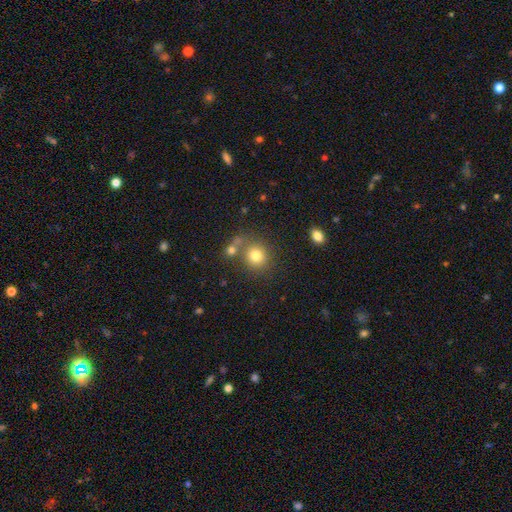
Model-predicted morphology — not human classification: smooth_or_featured: smooth (p=0.78) [alt: star or artifact p=0.13]
how_rounded: round (p=0.86) [alt: in between p=0.13]
merging: none (p=0.66) [alt: merger p=0.18]